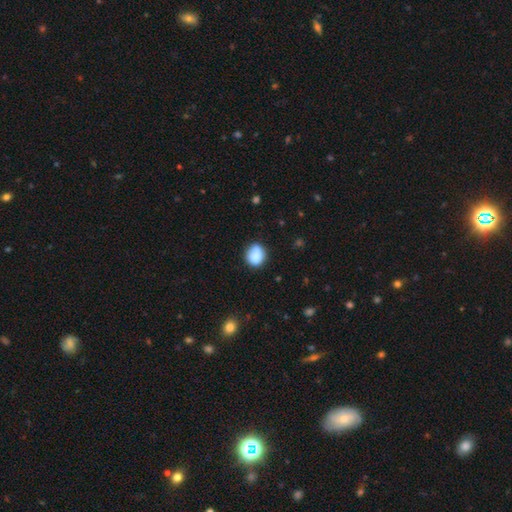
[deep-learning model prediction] A smooth galaxy with no disk features (82%) that is round (58%). Merging: none (62%).